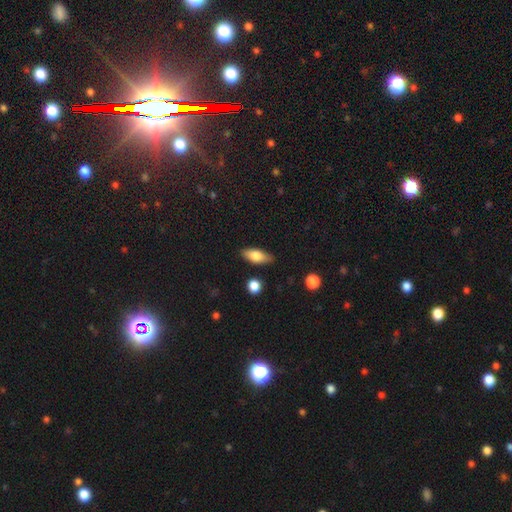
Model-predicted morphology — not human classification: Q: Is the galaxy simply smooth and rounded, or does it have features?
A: smooth — 73%.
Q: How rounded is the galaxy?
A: in between — 76%.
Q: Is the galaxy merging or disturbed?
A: none — 83%.